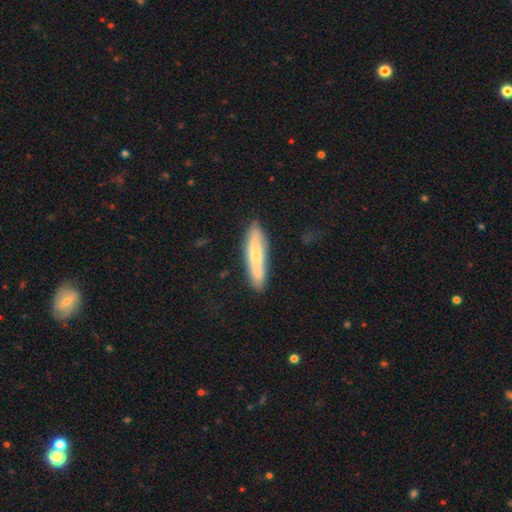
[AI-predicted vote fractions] Morphology: type=smooth (66%); roundness=cigar-shaped (84%); merging=none (77%).